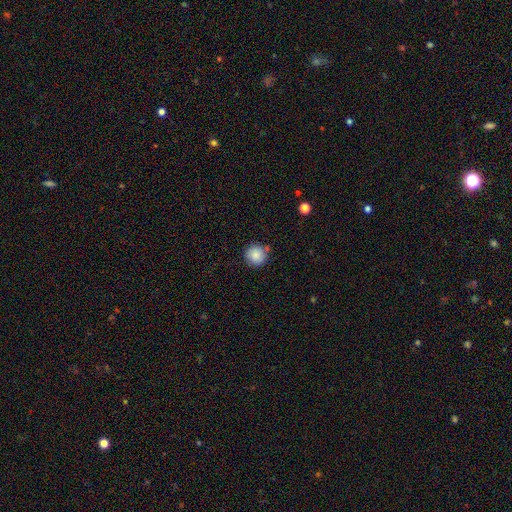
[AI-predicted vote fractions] Overall: smooth (87%). How rounded: round (95%). Merging: none (81%).